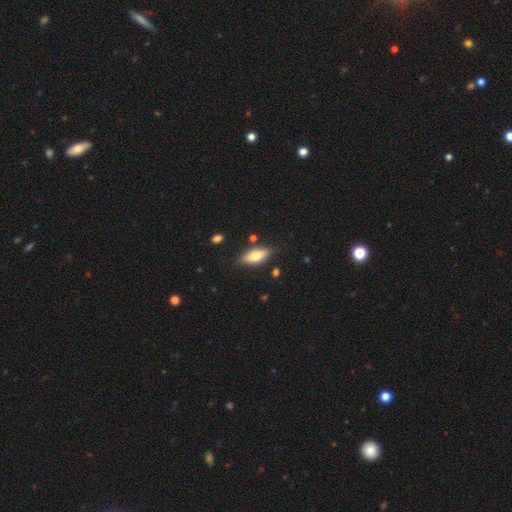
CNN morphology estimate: Smooth or featured? Predicted: smooth (p=0.58). How rounded? Predicted: in between (p=0.70). Merging? Predicted: none (p=0.81).